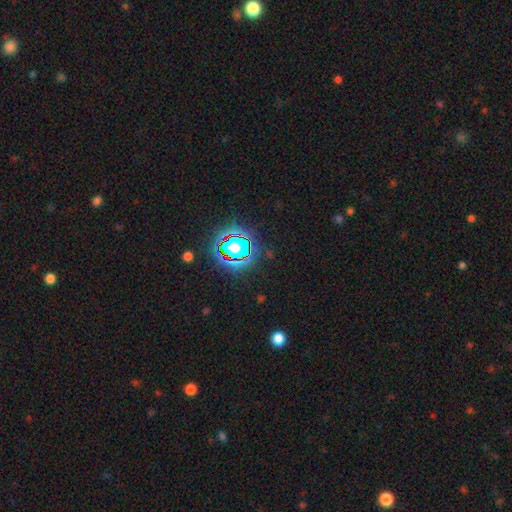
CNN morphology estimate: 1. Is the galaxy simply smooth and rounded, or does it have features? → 82% star or artifact, 11% smooth, 7% featured or disk.